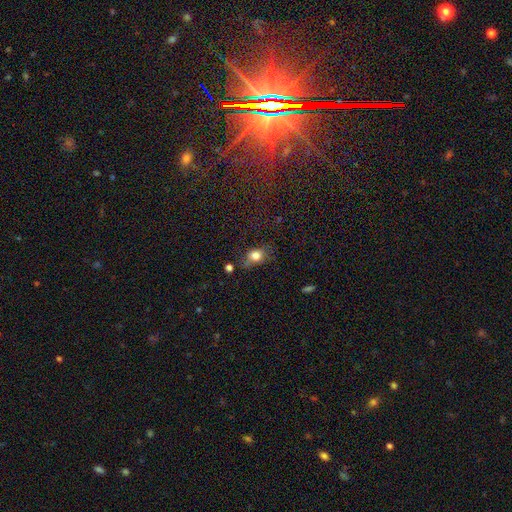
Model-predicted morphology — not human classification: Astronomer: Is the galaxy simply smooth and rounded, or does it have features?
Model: smooth — 78%.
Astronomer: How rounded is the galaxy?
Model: in between — 50% (runner-up: round, 47%).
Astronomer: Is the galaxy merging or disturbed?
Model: none — 51% (runner-up: minor disturbance, 30%).